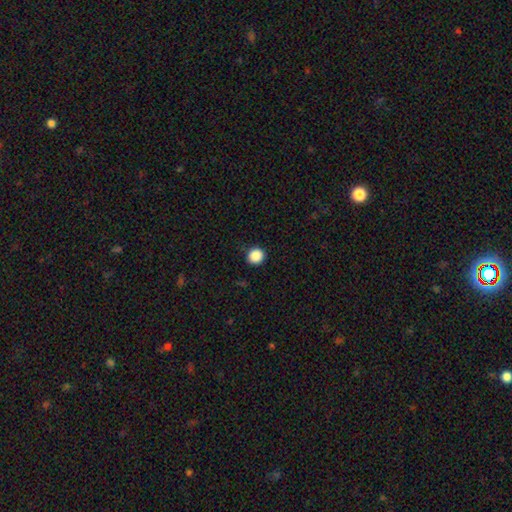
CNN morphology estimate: A smooth galaxy with no disk features (88%) that is round (92%). Merging: none (91%).